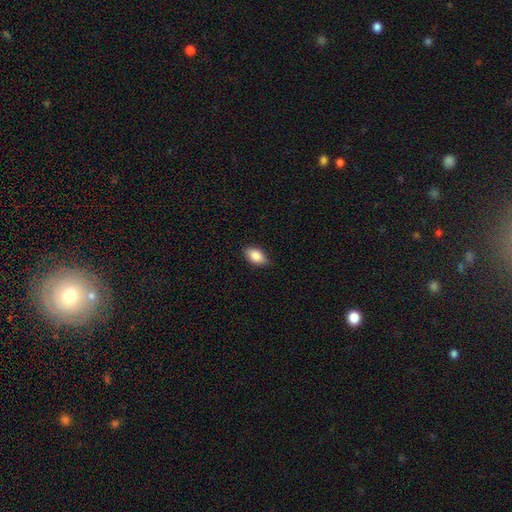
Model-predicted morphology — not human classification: This appears to be a smooth galaxy with no disk features (87%) that is in between round and cigar-shaped (91%). Merging: none (83%).